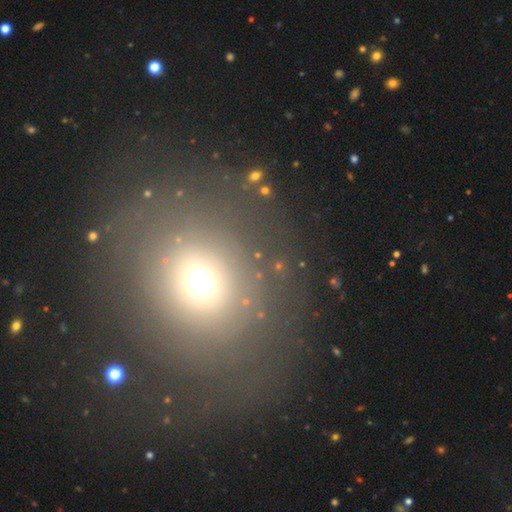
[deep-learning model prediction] This is possibly a smooth galaxy (57%). How rounded: likely round (77%). Merging: likely none (72%).